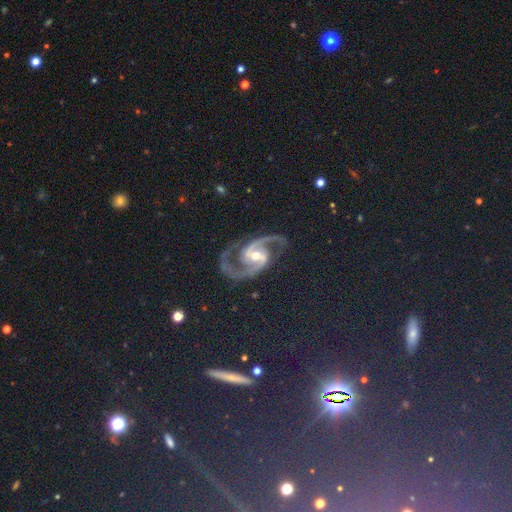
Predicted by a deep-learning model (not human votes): featured or disk 90%, star or artifact 7%, smooth 3%. Down the decision tree: edge-on disk — no (98%); bar — weak (44%); spiral arms — yes (98%); spiral arm count — 2 (94%); spiral winding — medium (60%); bulge size — moderate (69%); merging — none (79%).